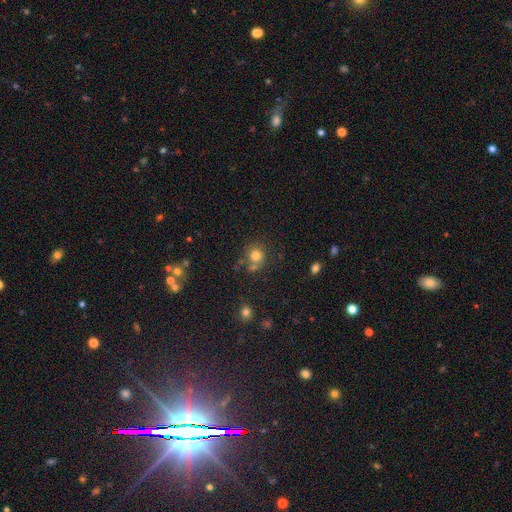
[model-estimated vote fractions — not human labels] smooth 78%, star or artifact 13%, featured or disk 9%. Down the decision tree: how rounded — round (85%); merging — none (61%).